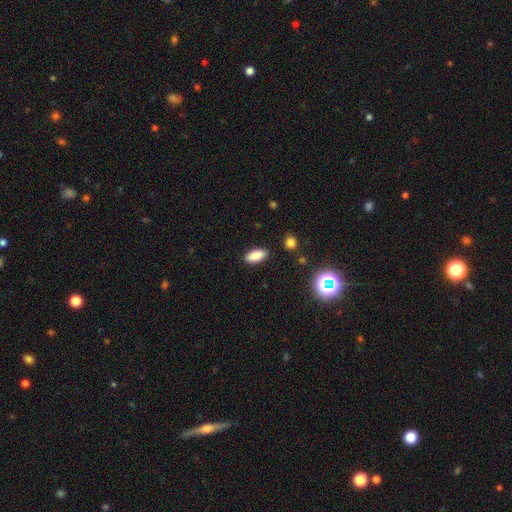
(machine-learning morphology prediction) Smooth or featured? smooth (86%)
How rounded? in between (84%)
Merging? none (89%)